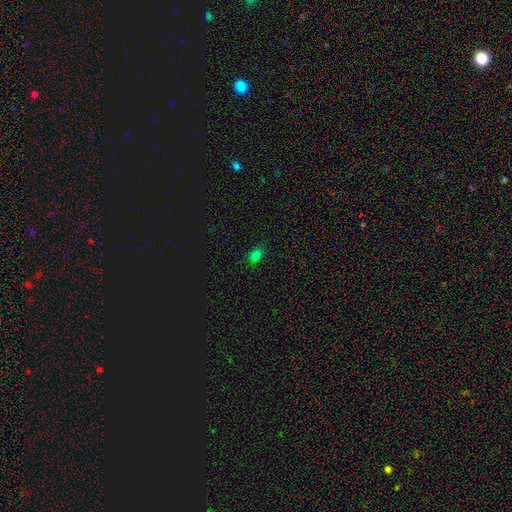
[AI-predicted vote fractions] smooth-or-featured: smooth: 78% | star or artifact: 18% | featured or disk: 4%
  how-rounded: in between: 69% | round: 29% | cigar-shaped: 2%
  merging: none: 83% | minor disturbance: 13% | major disturbance: 3% | merger: 1%